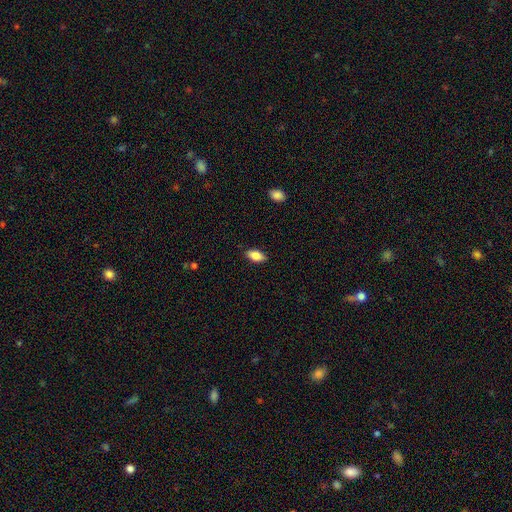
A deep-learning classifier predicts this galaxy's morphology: A smooth galaxy with no disk features (84%) that is in between round and cigar-shaped (91%).

Vote fractions:
- Smooth or featured? smooth: 84% / featured or disk: 9% / star or artifact: 7%
- How rounded? in between: 91% / cigar-shaped: 6% / round: 3%
- Merging? none: 87% / minor disturbance: 10% / major disturbance: 2% / merger: 1%